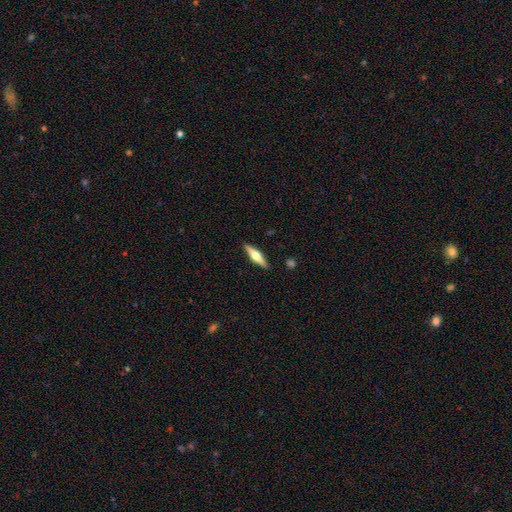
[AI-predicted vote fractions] Smooth or featured: featured or disk — 53% (smooth — 41%)
Edge-on disk: yes — 95% (no — 5%)
Edge-on bulge: rounded — 91% (boxy — 6%)
Merging: none — 90% (minor disturbance — 7%)